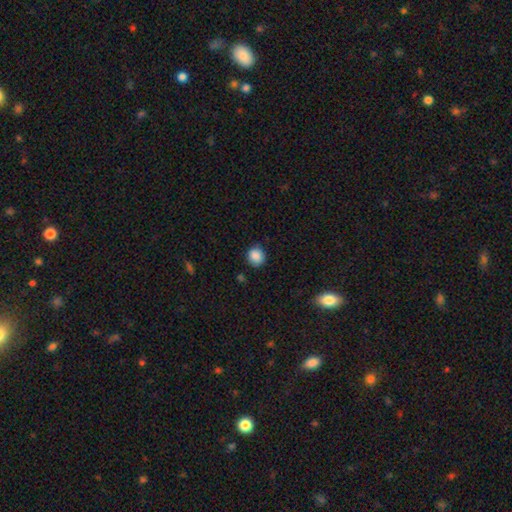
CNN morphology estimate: Overall: smooth (88%). How rounded: round (84%). Merging: none (85%).